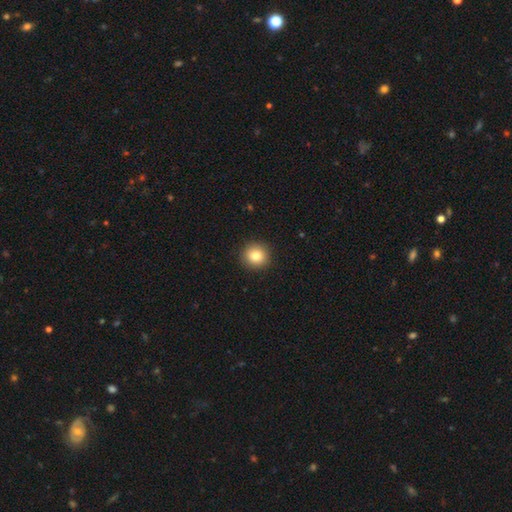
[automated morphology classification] Overall: smooth (83%). How rounded: round (91%). Merging: none (92%).